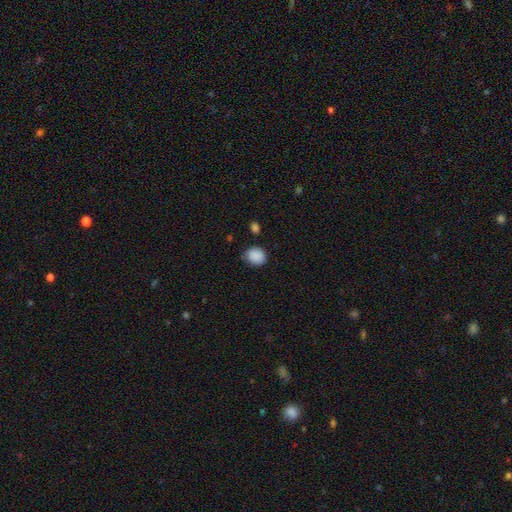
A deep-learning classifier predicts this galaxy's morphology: type=smooth (88%); roundness=round (66%); merging=none (72%).